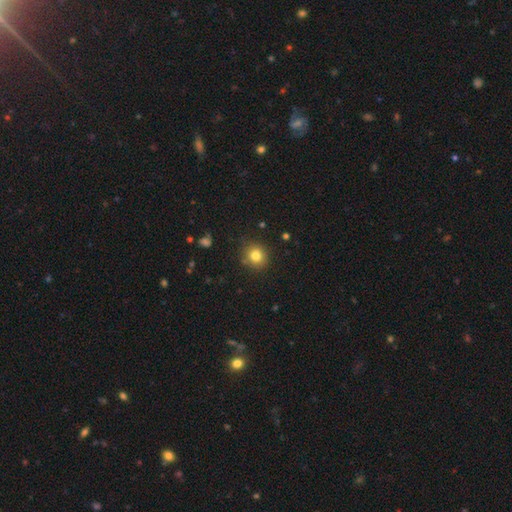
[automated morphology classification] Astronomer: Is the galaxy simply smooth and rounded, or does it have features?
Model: smooth — 81%.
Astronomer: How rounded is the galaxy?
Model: round — 89%.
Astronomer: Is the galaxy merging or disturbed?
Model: none — 87%.